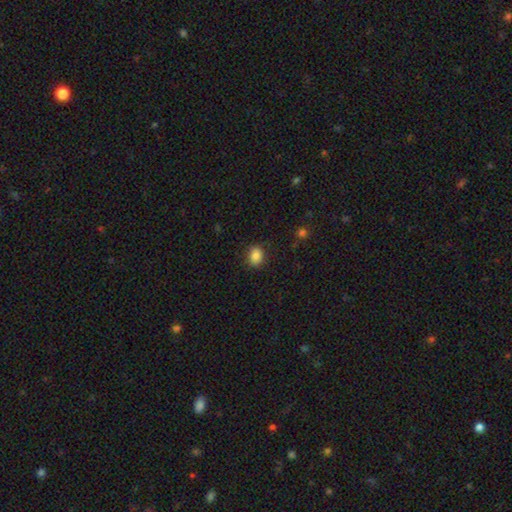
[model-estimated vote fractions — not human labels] smooth 84%, star or artifact 10%, featured or disk 6%. Down the decision tree: how rounded — round (56%); merging — none (85%).